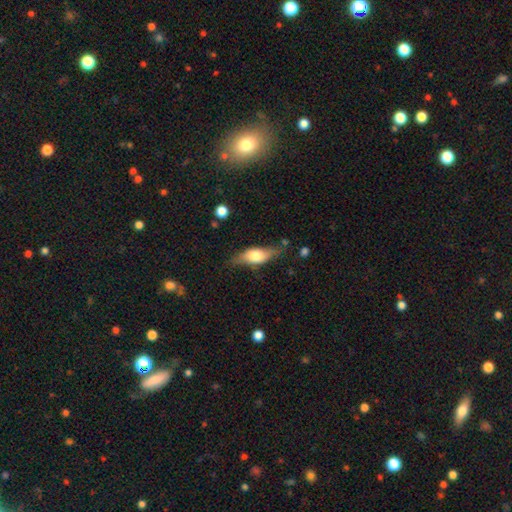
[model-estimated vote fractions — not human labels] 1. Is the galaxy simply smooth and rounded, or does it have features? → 54% smooth, 40% featured or disk, 6% star or artifact.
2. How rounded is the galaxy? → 69% in between, 27% cigar-shaped, 4% round.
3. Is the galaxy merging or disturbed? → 67% none, 24% minor disturbance, 6% major disturbance, 3% merger.